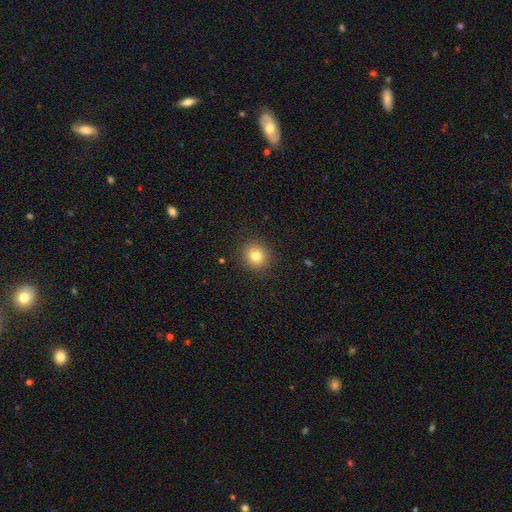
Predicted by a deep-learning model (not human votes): Overall: smooth (81%). How rounded: round (86%). Merging: none (90%).